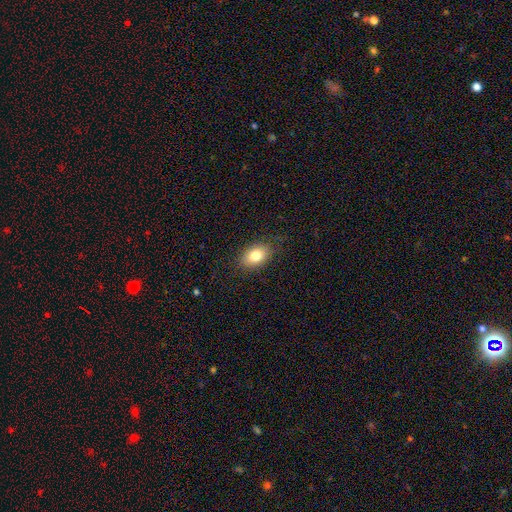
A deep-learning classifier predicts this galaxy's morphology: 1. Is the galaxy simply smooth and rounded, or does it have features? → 80% smooth, 11% featured or disk, 9% star or artifact.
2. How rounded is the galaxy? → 82% in between, 16% round, 1% cigar-shaped.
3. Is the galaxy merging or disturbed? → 82% none, 14% minor disturbance, 4% major disturbance, 1% merger.